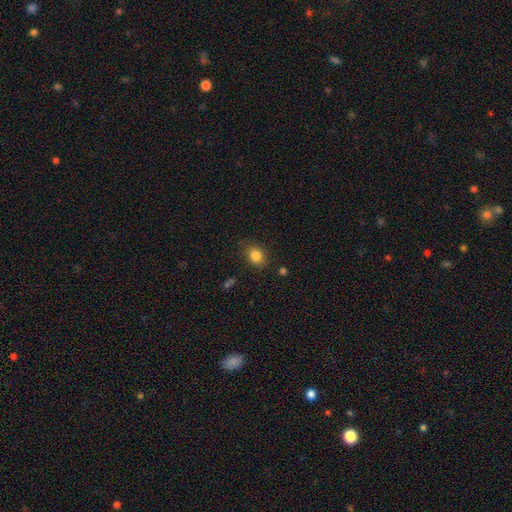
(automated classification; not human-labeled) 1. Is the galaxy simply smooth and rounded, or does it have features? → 83% smooth, 10% star or artifact, 6% featured or disk.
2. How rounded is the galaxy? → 51% in between, 48% round, 1% cigar-shaped.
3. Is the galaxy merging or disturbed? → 80% none, 14% minor disturbance, 4% major disturbance, 2% merger.